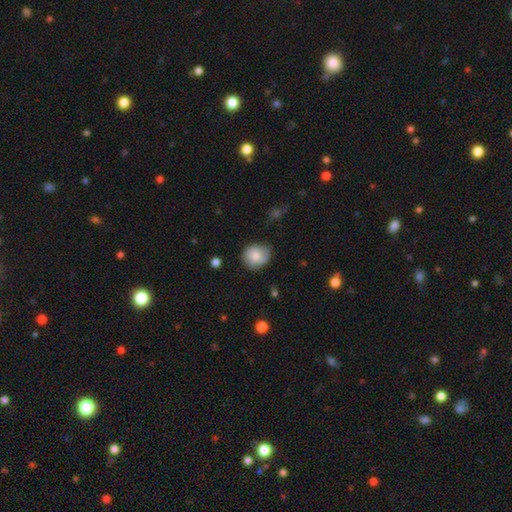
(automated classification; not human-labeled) A smooth galaxy with no disk features (72%) that is round (74%). Merging: none (72%).